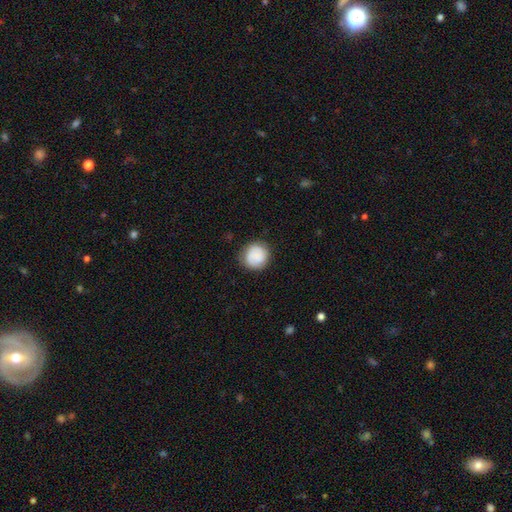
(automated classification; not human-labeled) smooth_or_featured: smooth (p=0.80) [alt: featured or disk p=0.13]
how_rounded: round (p=0.90) [alt: in between p=0.09]
merging: none (p=0.83) [alt: minor disturbance p=0.13]